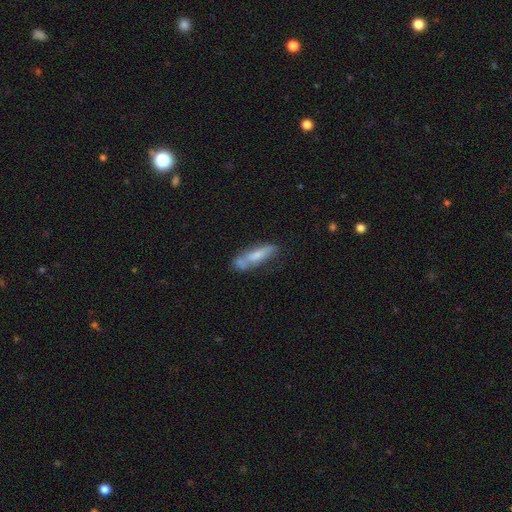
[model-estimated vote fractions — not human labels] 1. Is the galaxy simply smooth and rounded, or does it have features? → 56% smooth, 37% featured or disk, 7% star or artifact.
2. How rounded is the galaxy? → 67% cigar-shaped, 30% in between, 2% round.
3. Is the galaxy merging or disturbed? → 50% none, 24% minor disturbance, 17% merger, 10% major disturbance.